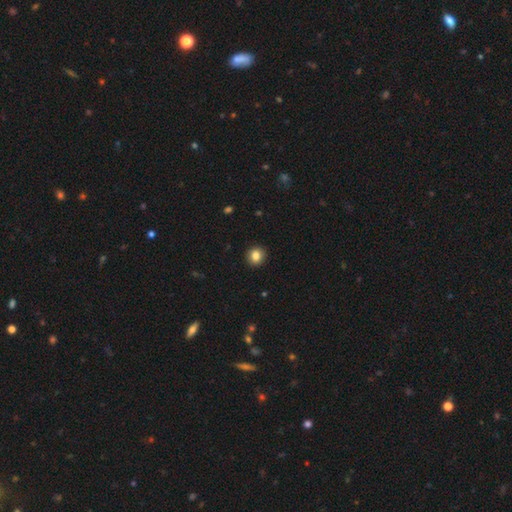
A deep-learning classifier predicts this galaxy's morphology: Smooth or featured?
  - smooth: 85% *
  - star or artifact: 10%
  - featured or disk: 5%
How rounded?
  - round: 89% *
  - in between: 10%
  - cigar-shaped: 1%
Merging?
  - none: 92% *
  - minor disturbance: 5%
  - major disturbance: 2%
  - merger: 1%